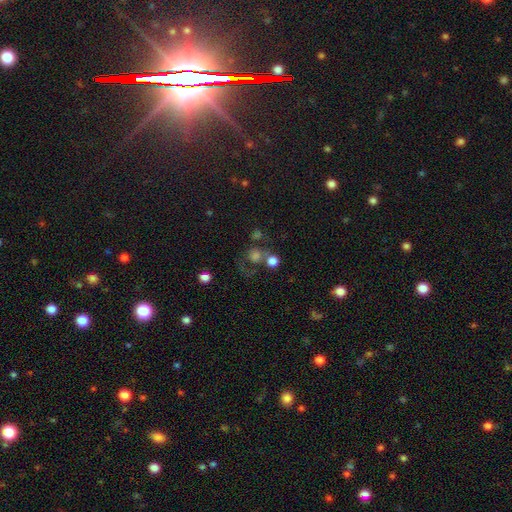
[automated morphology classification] type=smooth (59%); roundness=round (85%); merging=none (45%).